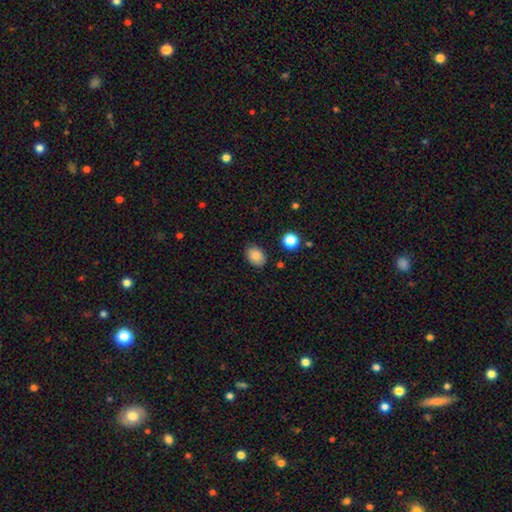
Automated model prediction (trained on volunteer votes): smooth_or_featured: smooth (p=0.86) [alt: star or artifact p=0.09]
how_rounded: in between (p=0.76) [alt: round p=0.23]
merging: none (p=0.84) [alt: minor disturbance p=0.12]